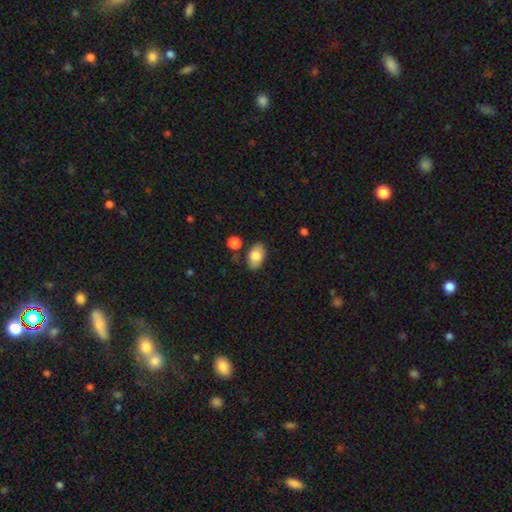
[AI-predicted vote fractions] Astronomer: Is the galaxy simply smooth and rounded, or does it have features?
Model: smooth — 78%.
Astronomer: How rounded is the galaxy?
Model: in between — 90%.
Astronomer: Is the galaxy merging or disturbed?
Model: none — 81%.